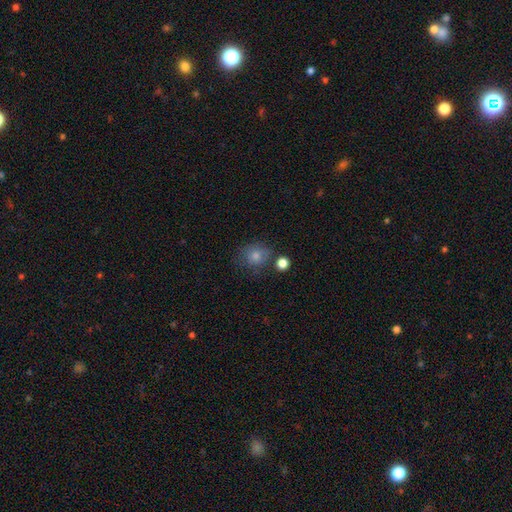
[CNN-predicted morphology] type=smooth (72%); roundness=round (77%); merging=none (72%).